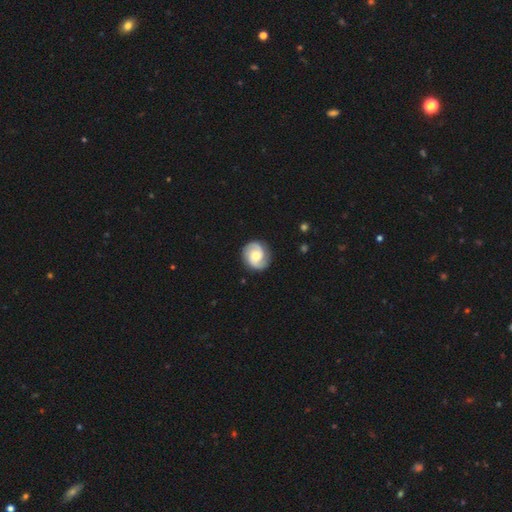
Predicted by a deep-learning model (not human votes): This is likely a featured or disk galaxy (78%). It is clearly not viewed edge-on (98%). Bar: likely no (61%). Spiral arm pattern: clearly yes (96%). Spiral arm count: clearly 2 (88%). Spiral winding: possibly medium (45%). Central bulge: likely moderate (62%). Merging: clearly none (86%).